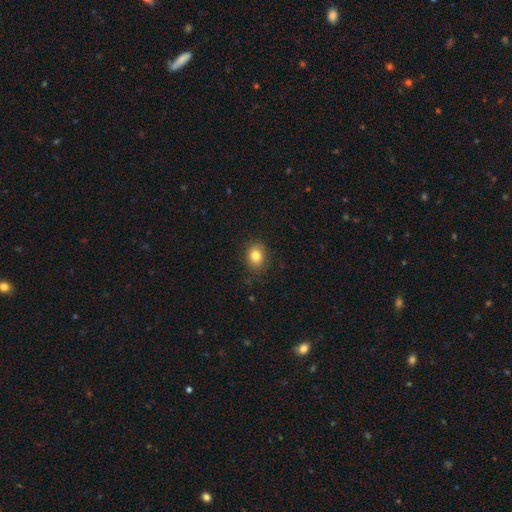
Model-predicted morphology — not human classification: The model was most divided on "how rounded": round: 51%, in between: 48%, cigar-shaped: 1%. More confident: merging — none (85%); smooth or featured — smooth (82%).